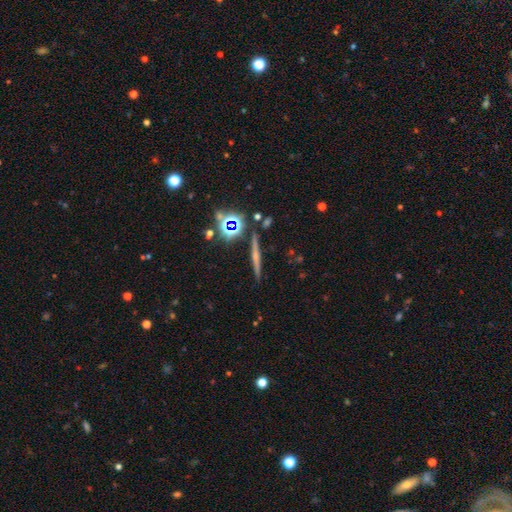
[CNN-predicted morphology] Smooth or featured? featured or disk (51%)
Edge-on disk? yes (96%)
Merging? none (88%)